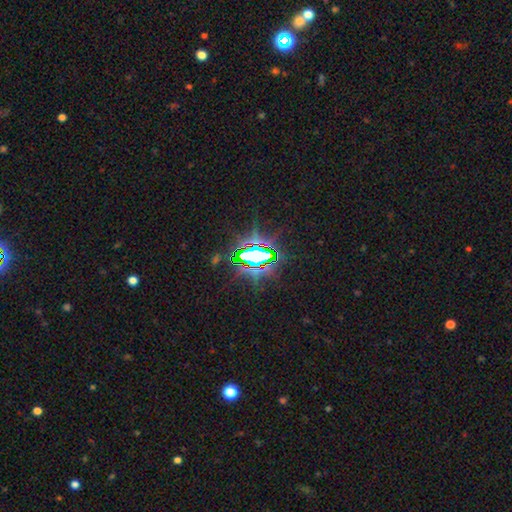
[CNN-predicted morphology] This is likely a star or artifact rather than a galaxy (77%).